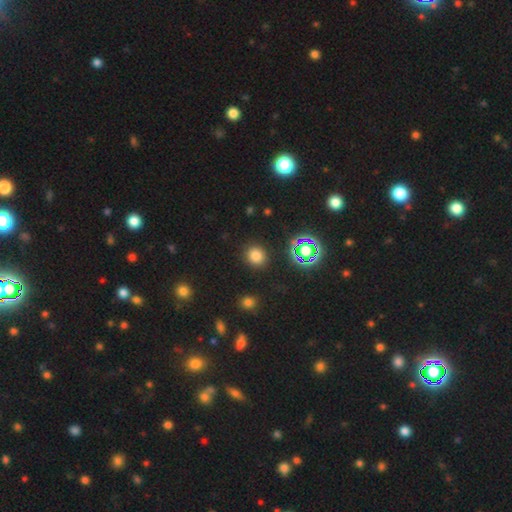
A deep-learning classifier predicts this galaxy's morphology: A smooth galaxy with no disk features (74%) that is round (80%). Merging: none (89%).